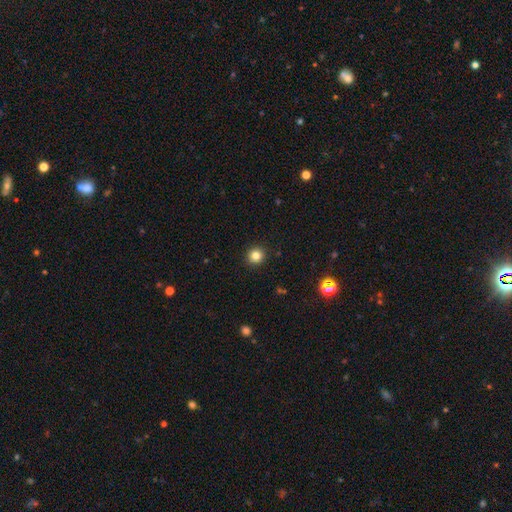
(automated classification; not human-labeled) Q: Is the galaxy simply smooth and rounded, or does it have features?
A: smooth — 82%.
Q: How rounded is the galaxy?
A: round — 92%.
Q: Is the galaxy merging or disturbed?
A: none — 93%.